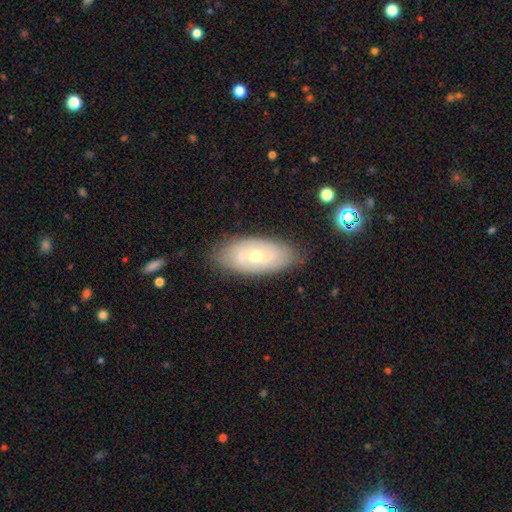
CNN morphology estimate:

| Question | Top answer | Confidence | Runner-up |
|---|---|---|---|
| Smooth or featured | featured or disk | 64% | smooth (29%) |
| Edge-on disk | no | 90% | yes (10%) |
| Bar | no | 61% | weak (31%) |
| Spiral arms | yes | 73% | no (27%) |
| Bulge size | moderate | 51% | small (46%) |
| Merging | none | 80% | minor disturbance (15%) |